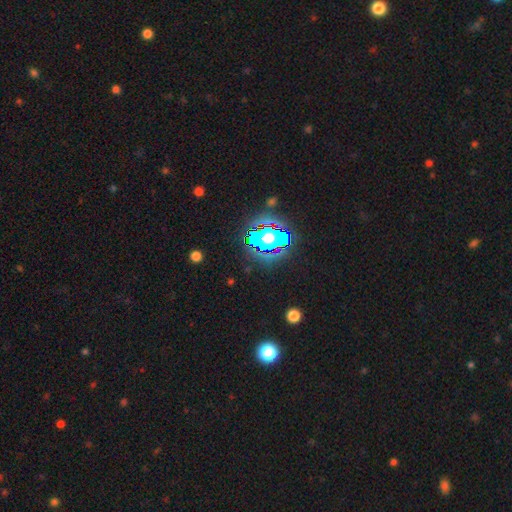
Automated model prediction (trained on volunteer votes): Overall: star or artifact (79%).